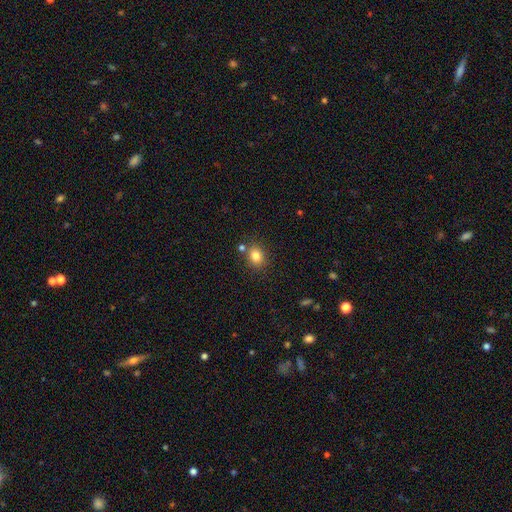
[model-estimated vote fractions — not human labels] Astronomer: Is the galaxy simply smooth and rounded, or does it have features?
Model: smooth — 82%.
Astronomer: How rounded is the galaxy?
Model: round — 60% (runner-up: in between, 39%).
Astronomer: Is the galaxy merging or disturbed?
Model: none — 75%.